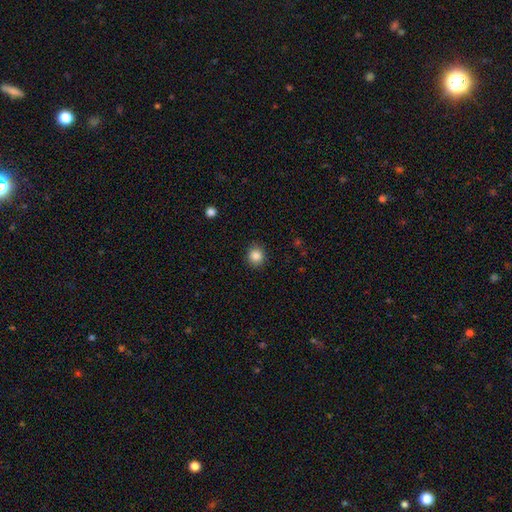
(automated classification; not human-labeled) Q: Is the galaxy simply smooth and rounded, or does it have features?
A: smooth — 86%.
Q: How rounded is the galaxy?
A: round — 88%.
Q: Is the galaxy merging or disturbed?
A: none — 91%.